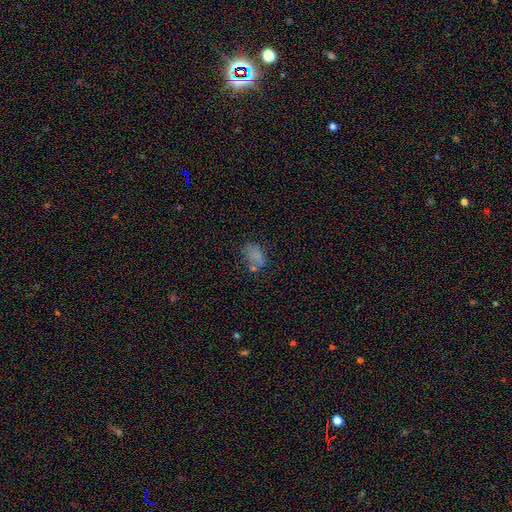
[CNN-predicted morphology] Smooth or featured? Predicted: smooth (p=0.68). How rounded? Predicted: in between (p=0.80). Merging? Predicted: none (p=0.52).